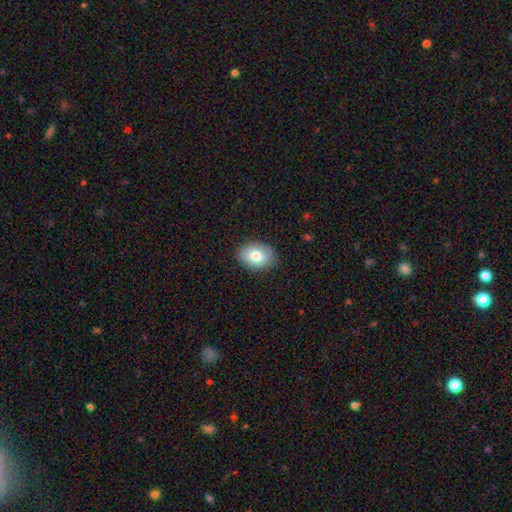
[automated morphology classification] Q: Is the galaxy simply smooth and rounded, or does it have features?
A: smooth — 78%.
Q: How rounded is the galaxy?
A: in between — 78%.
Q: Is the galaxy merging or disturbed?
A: none — 85%.